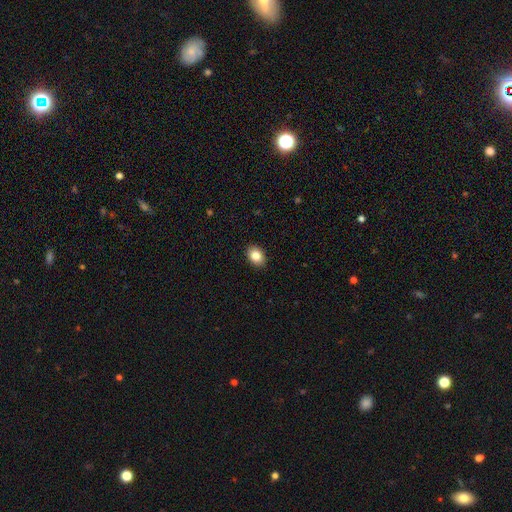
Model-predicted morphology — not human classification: Smooth or featured? smooth (84%)
How rounded? in between (75%)
Merging? none (90%)